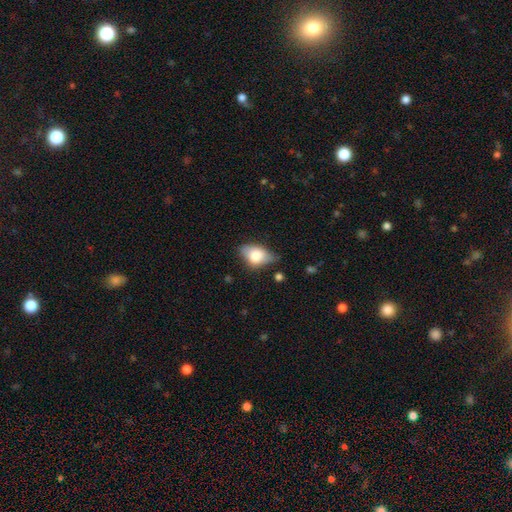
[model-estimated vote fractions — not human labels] smooth 70%, featured or disk 22%, star or artifact 8%. Down the decision tree: how rounded — in between (84%); merging — none (50%).